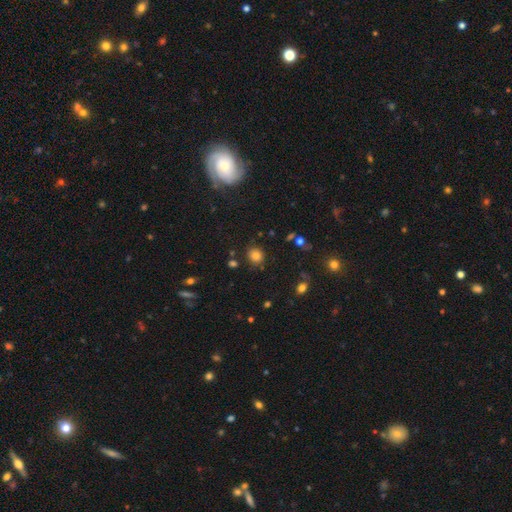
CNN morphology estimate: A smooth galaxy with no disk features (78%) that is round (83%).

Vote fractions:
- Smooth or featured? smooth: 78% / star or artifact: 15% / featured or disk: 7%
- How rounded? round: 83% / in between: 16% / cigar-shaped: 1%
- Merging? none: 86% / minor disturbance: 8% / merger: 3% / major disturbance: 3%